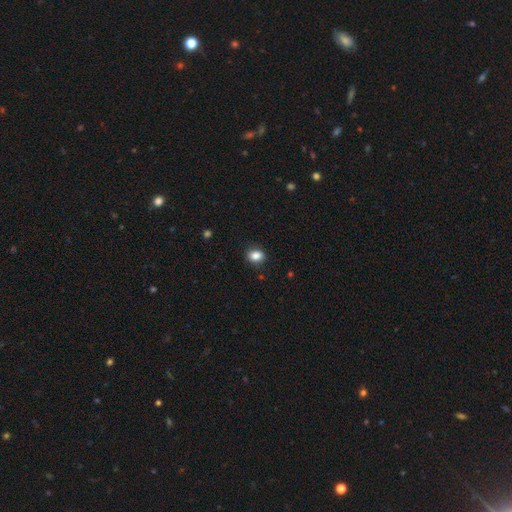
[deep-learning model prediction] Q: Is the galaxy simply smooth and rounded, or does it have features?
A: smooth — 86%.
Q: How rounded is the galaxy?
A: in between — 57%.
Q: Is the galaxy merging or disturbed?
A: none — 87%.